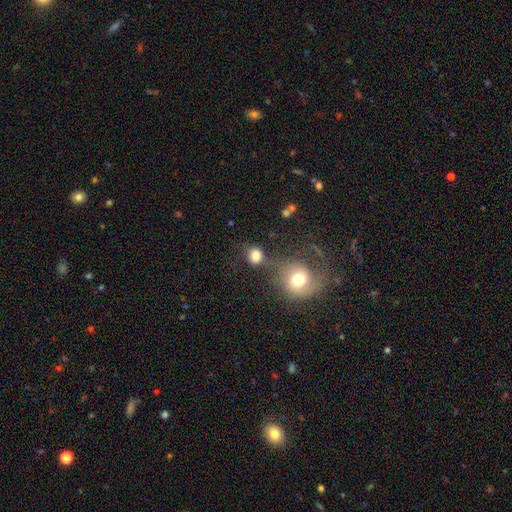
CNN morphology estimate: Smooth or featured?
  - smooth: 81% *
  - star or artifact: 10%
  - featured or disk: 9%
How rounded?
  - round: 75% *
  - in between: 24%
  - cigar-shaped: 1%
Merging?
  - none: 51% *
  - merger: 24%
  - minor disturbance: 15%
  - major disturbance: 10%